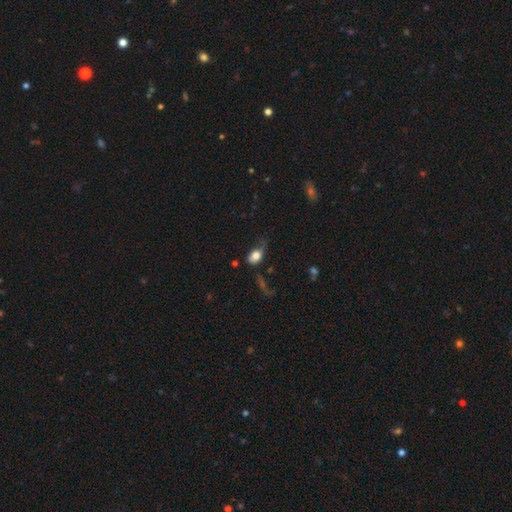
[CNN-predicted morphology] Overall: smooth (75%). How rounded: in between (78%). Merging: major disturbance (32%; minor disturbance 31%).